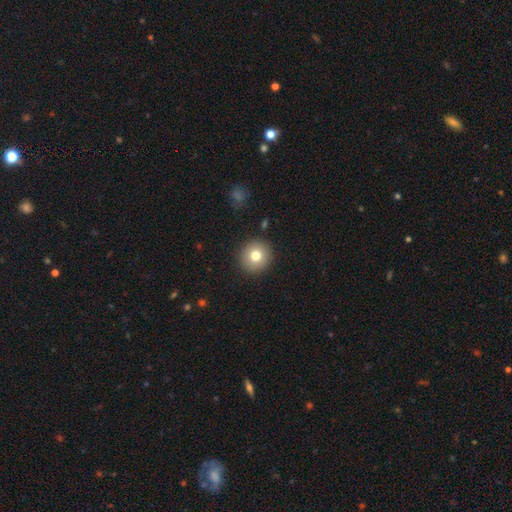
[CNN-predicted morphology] type=smooth (77%); roundness=round (93%); merging=none (90%).